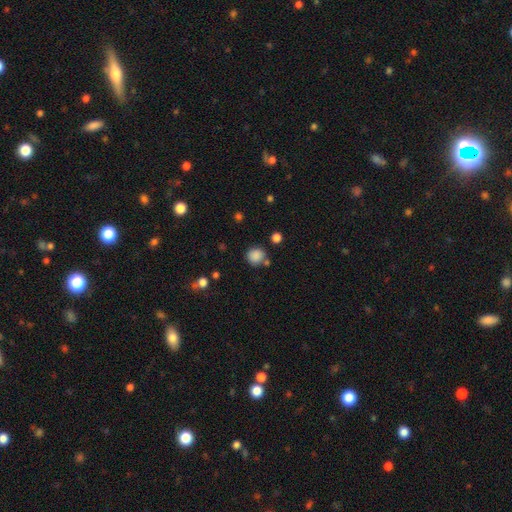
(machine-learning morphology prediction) smooth 85%, star or artifact 11%, featured or disk 4%. Down the decision tree: how rounded — round (89%); merging — none (74%).